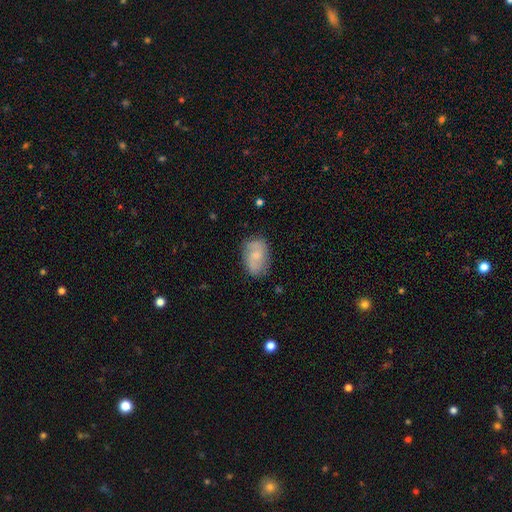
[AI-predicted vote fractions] Smooth or featured? Predicted: featured or disk (p=0.48). Merging? Predicted: none (p=0.73).